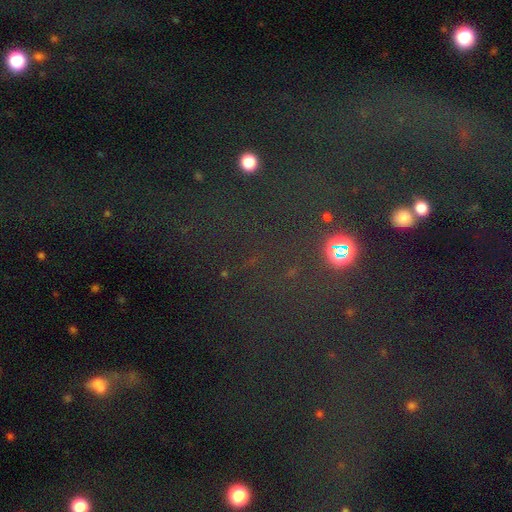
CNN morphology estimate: Smooth or featured? Predicted: star or artifact (p=0.70).